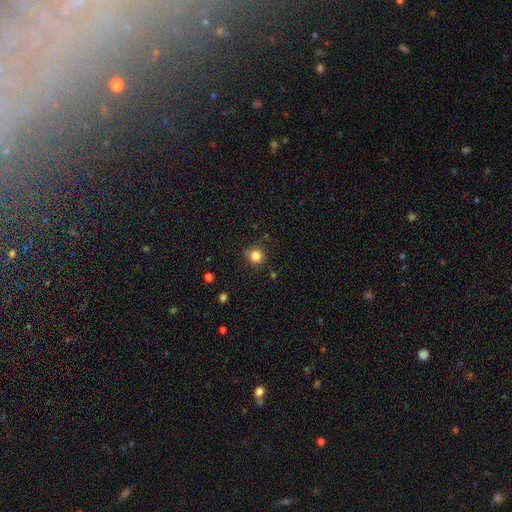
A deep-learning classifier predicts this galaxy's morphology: A smooth galaxy with no disk features (83%) that is round (94%).

Vote fractions:
- Smooth or featured? smooth: 83% / star or artifact: 12% / featured or disk: 5%
- How rounded? round: 94% / in between: 6% / cigar-shaped: 1%
- Merging? none: 86% / minor disturbance: 9% / major disturbance: 3% / merger: 2%